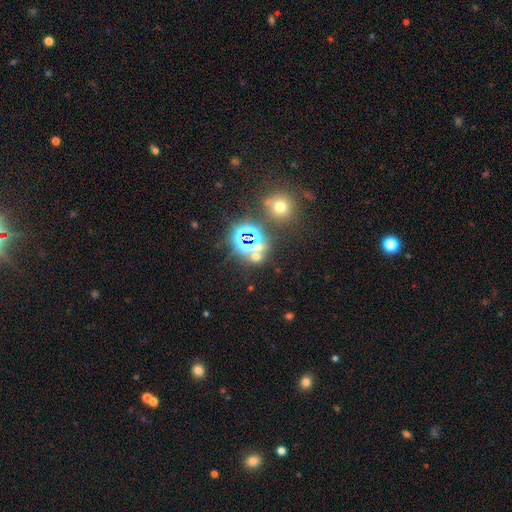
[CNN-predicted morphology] This is likely a star or artifact rather than a galaxy (61%).